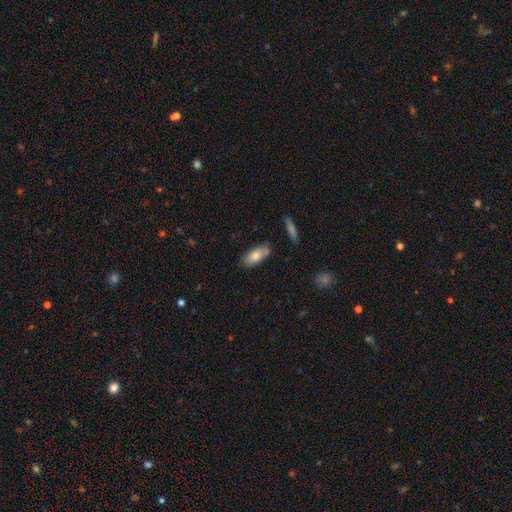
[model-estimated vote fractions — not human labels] This is likely a smooth galaxy (77%). How rounded: clearly in between (85%). Merging: likely none (73%).